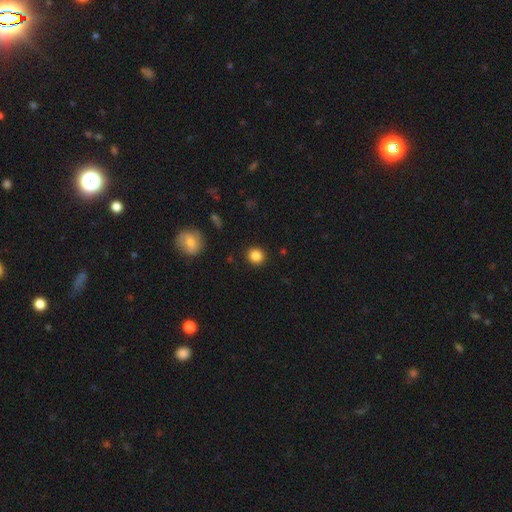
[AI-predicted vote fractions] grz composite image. It shows a smooth galaxy with no disk features (85%) that is round (90%). Merging: none (91%).